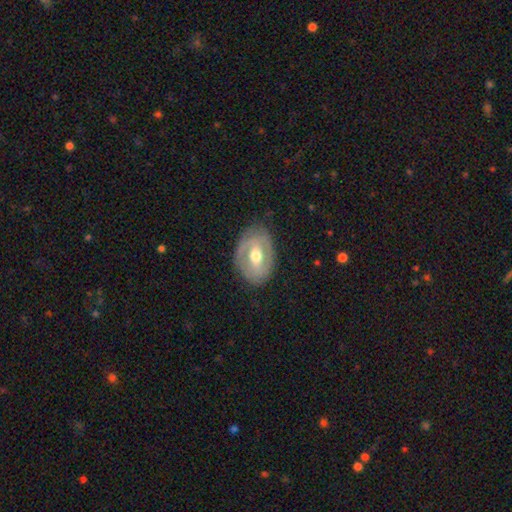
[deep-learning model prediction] This appears to be a featured or disk galaxy (65%) with a weak bar (41%), no spiral arms (52%) and a moderate central bulge (76%). Merging: none (78%).